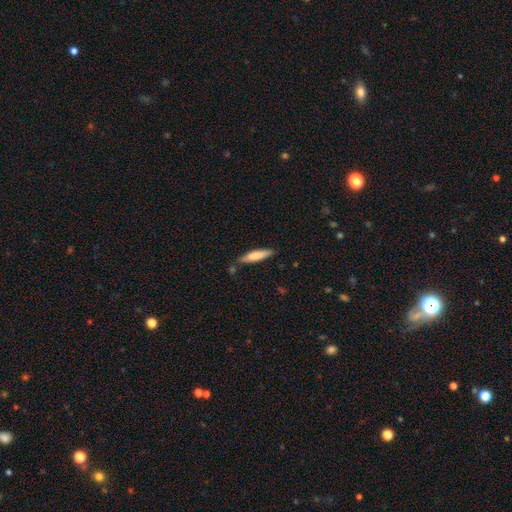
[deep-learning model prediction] Smooth or featured?
  - smooth: 77% *
  - featured or disk: 17%
  - star or artifact: 5%
How rounded?
  - cigar-shaped: 80% *
  - in between: 18%
  - round: 1%
Merging?
  - none: 76% *
  - minor disturbance: 16%
  - merger: 5%
  - major disturbance: 3%